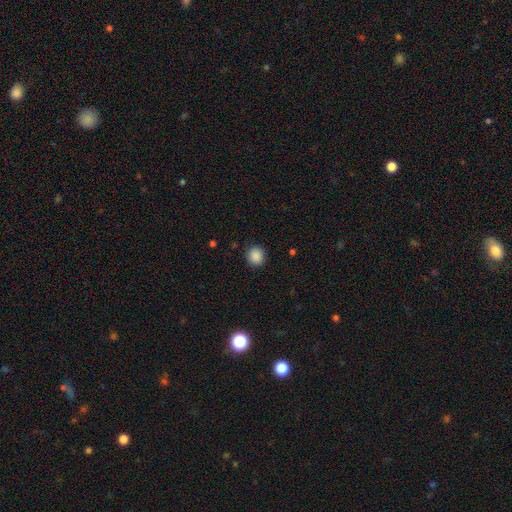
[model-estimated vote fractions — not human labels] Q: Smooth or featured?
A: smooth (88%); runner-up: star or artifact (9%)
Q: How rounded?
A: round (88%); runner-up: in between (11%)
Q: Merging?
A: none (88%); runner-up: minor disturbance (8%)